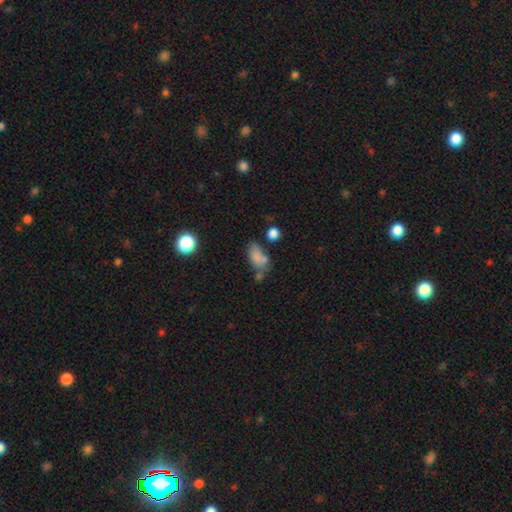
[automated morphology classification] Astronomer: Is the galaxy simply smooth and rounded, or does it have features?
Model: smooth — 71%.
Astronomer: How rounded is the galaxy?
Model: in between — 83%.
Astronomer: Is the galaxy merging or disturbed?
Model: none — 44% (runner-up: minor disturbance, 24%).